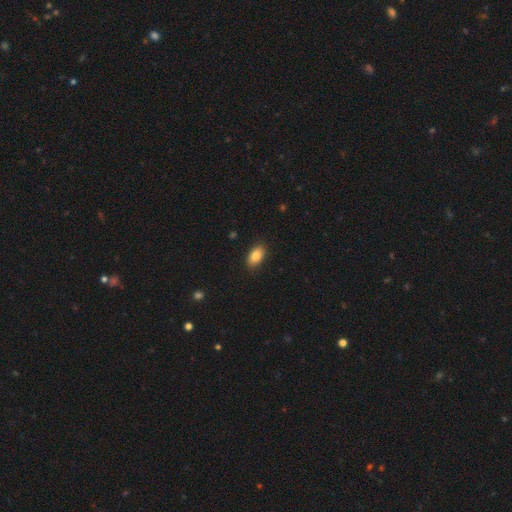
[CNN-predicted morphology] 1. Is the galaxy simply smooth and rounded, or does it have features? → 85% smooth, 8% star or artifact, 7% featured or disk.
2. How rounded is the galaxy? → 91% in between, 6% round, 3% cigar-shaped.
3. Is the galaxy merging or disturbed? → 88% none, 9% minor disturbance, 2% major disturbance, 1% merger.